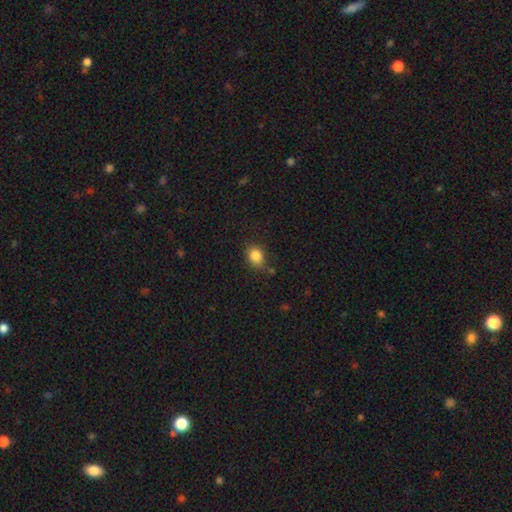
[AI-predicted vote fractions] This appears to be a smooth galaxy with no disk features (85%) that is round (50%). Merging: none (74%).